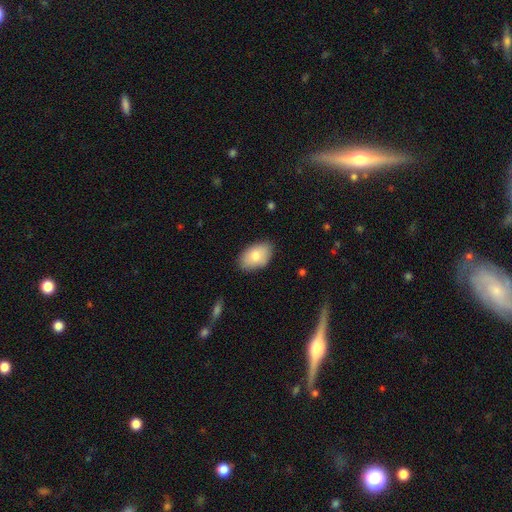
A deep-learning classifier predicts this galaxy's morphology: A smooth galaxy with no disk features (79%) that is in between round and cigar-shaped (91%). Merging: none (84%).